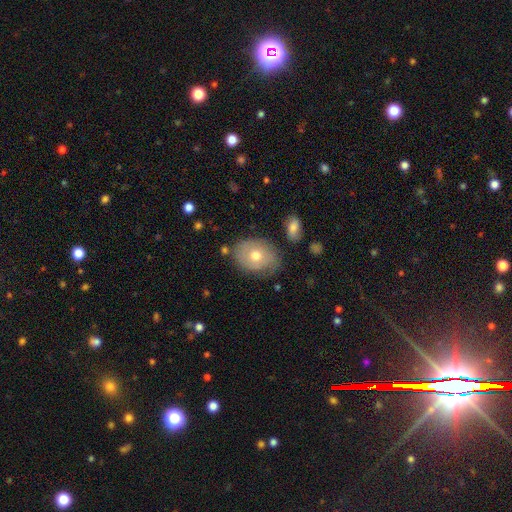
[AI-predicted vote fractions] smooth_or_featured: smooth (p=0.58) [alt: featured or disk p=0.34]
how_rounded: in between (p=0.65) [alt: round p=0.34]
merging: none (p=0.68) [alt: minor disturbance p=0.22]